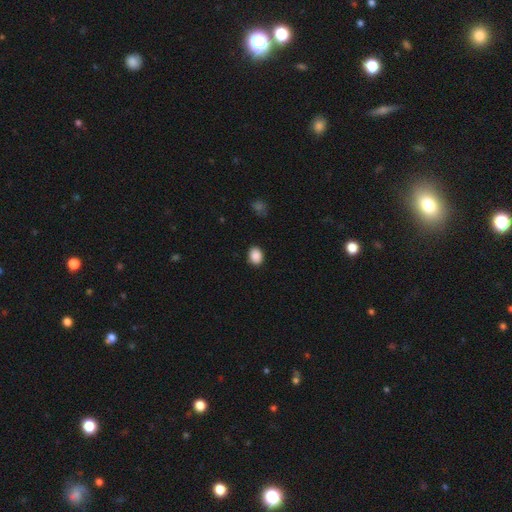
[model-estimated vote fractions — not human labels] This appears to be a smooth galaxy with no disk features (89%) that is in between round and cigar-shaped (64%). Merging: none (88%).